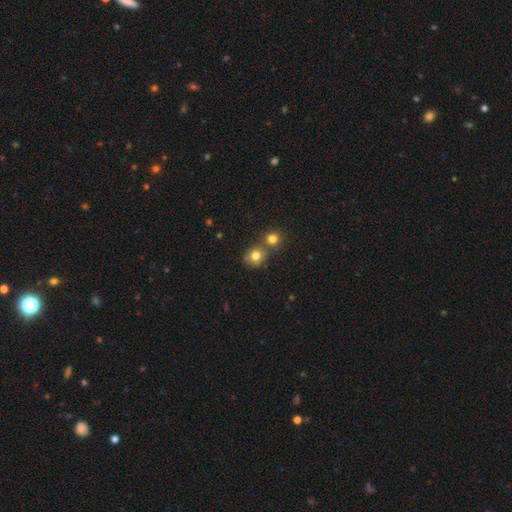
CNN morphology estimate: This appears to be a smooth galaxy with no disk features (78%) that is round (82%). Merging: none (53%).